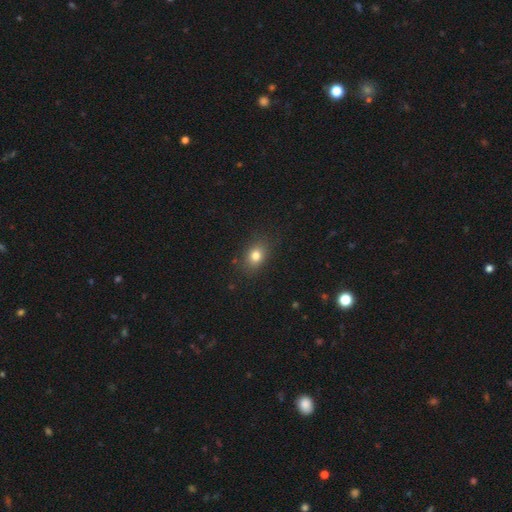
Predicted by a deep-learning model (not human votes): Smooth or featured: smooth — 80% (star or artifact — 12%)
How rounded: in between — 64% (round — 34%)
Merging: none — 85% (minor disturbance — 11%)